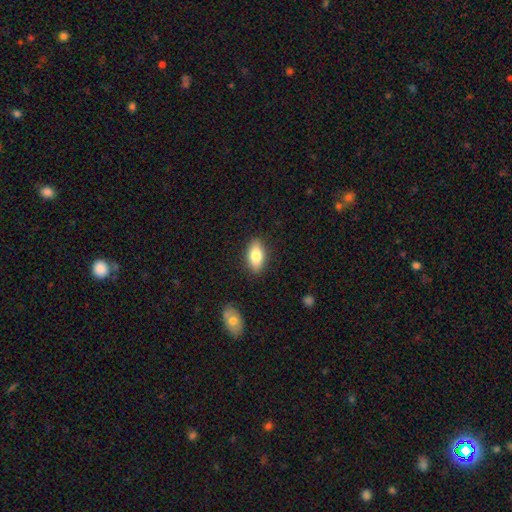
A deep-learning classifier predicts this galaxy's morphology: Smooth or featured?
  - smooth: 80% *
  - featured or disk: 13%
  - star or artifact: 7%
How rounded?
  - in between: 89% *
  - cigar-shaped: 7%
  - round: 4%
Merging?
  - none: 87% *
  - minor disturbance: 9%
  - major disturbance: 2%
  - merger: 2%